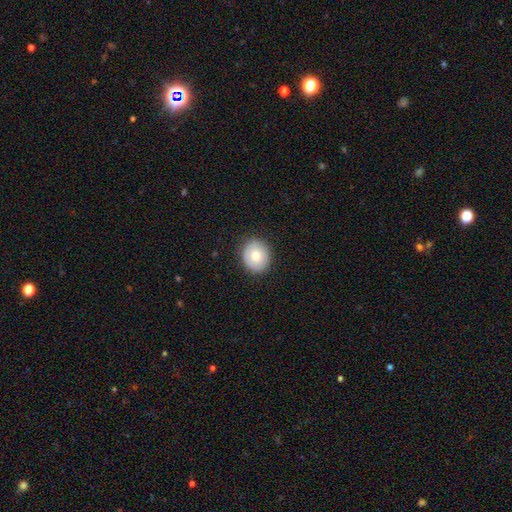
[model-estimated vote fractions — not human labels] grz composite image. It shows a smooth galaxy with no disk features (72%) that is round (73%). Merging: none (88%).